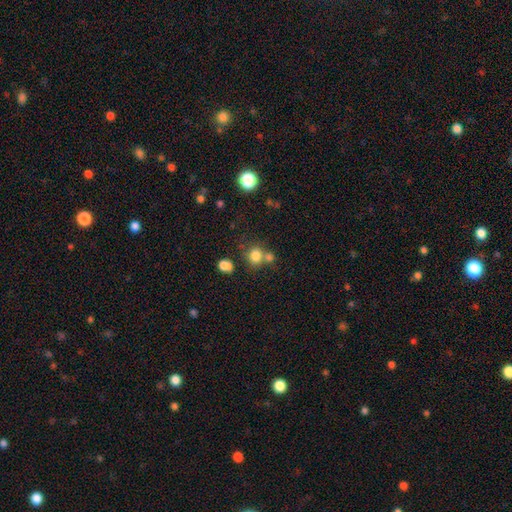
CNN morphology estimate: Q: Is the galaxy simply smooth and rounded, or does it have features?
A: smooth — 79%.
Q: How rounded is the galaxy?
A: round — 81%.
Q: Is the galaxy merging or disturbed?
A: none — 56%.